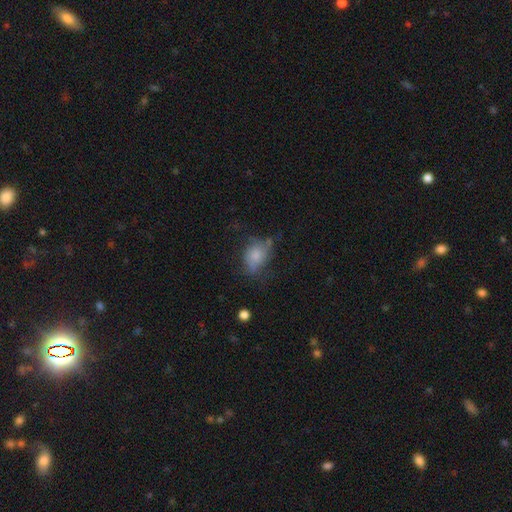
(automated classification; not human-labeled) A smooth galaxy with no disk features (67%) that is in between round and cigar-shaped (69%).

Vote fractions:
- Smooth or featured? smooth: 67% / featured or disk: 23% / star or artifact: 10%
- How rounded? in between: 69% / round: 29% / cigar-shaped: 2%
- Merging? none: 43% / minor disturbance: 31% / major disturbance: 22% / merger: 4%